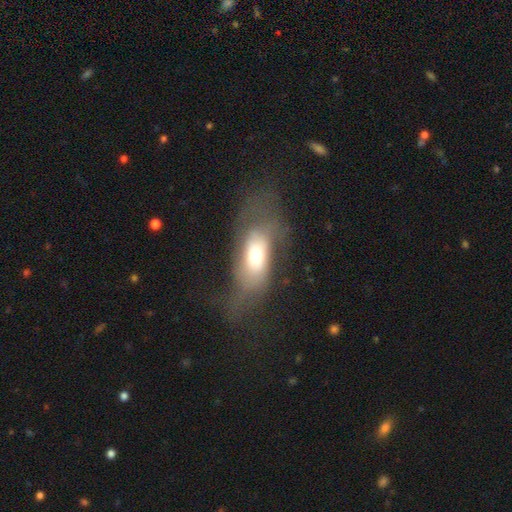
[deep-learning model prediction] smooth_or_featured: smooth (p=0.60) [alt: featured or disk p=0.31]
how_rounded: in between (p=0.83) [alt: cigar-shaped p=0.11]
merging: major disturbance (p=0.40) [alt: none p=0.34]